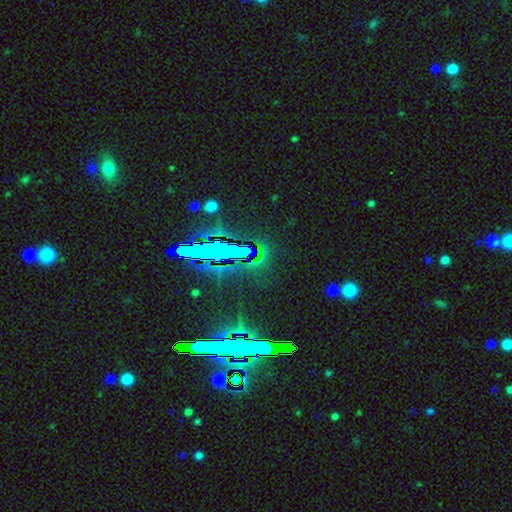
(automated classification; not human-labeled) This is likely a star or artifact rather than a galaxy (78%).